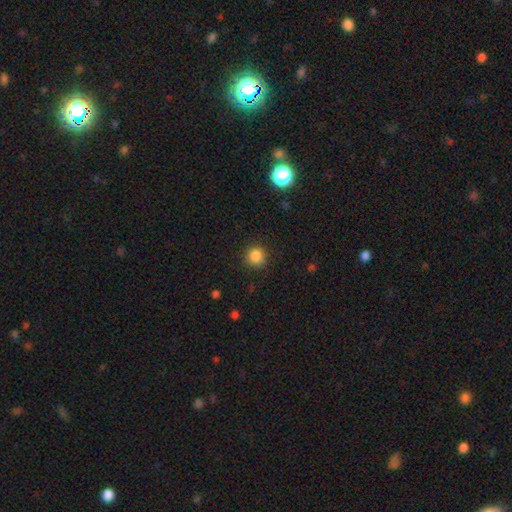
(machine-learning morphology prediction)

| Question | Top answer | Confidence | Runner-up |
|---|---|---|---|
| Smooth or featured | smooth | 85% | star or artifact (12%) |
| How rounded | round | 91% | in between (8%) |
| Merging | none | 88% | minor disturbance (8%) |